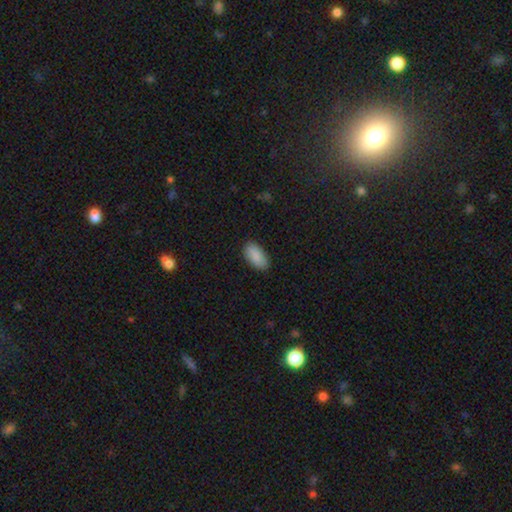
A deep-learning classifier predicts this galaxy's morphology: Overall: smooth (90%). How rounded: in between (94%). Merging: none (87%).